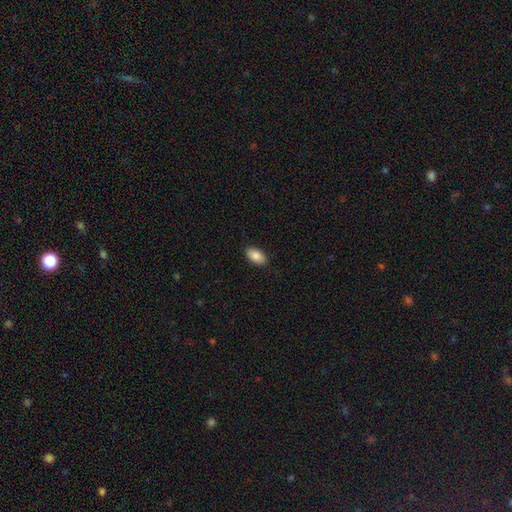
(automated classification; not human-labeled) smooth_or_featured: smooth (p=0.85) [alt: featured or disk p=0.08]
how_rounded: in between (p=0.94) [alt: round p=0.04]
merging: none (p=0.89) [alt: minor disturbance p=0.08]